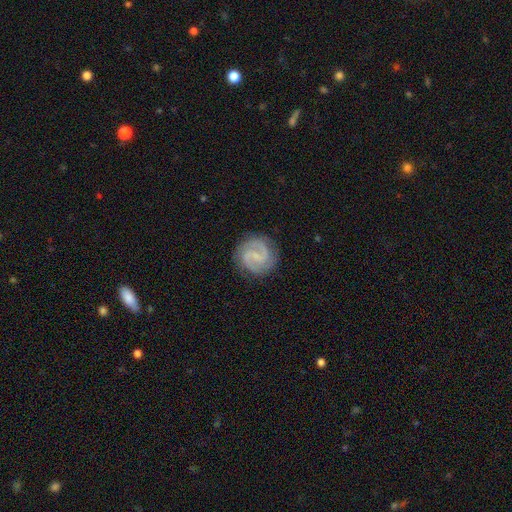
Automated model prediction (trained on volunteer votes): The model was most divided on "spiral winding": medium: 51%, tight: 37%, loose: 11%. Remaining: edge-on disk — no (98%); spiral arms — yes (97%); spiral arm count — 2 (91%); merging — none (86%); smooth or featured — featured or disk (85%); bulge size — small (67%); bar — weak (50%).